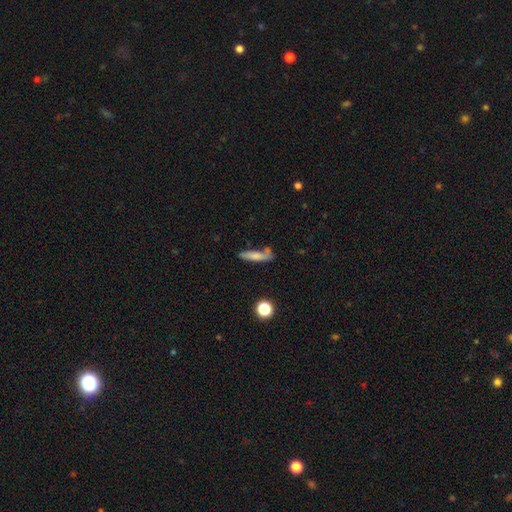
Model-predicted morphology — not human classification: smooth-or-featured: smooth: 71% | featured or disk: 20% | star or artifact: 9%
  how-rounded: cigar-shaped: 78% | in between: 19% | round: 3%
  merging: none: 58% | minor disturbance: 20% | merger: 14% | major disturbance: 8%